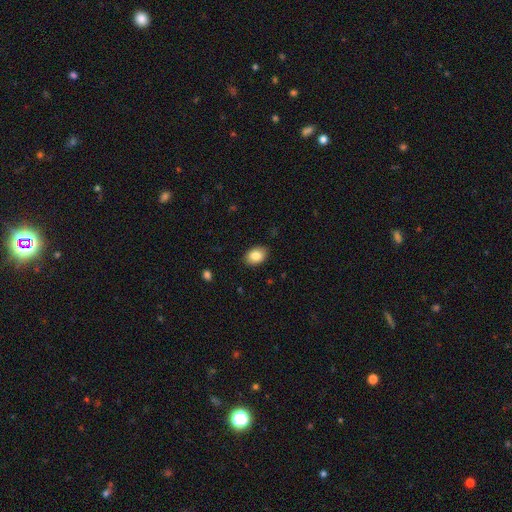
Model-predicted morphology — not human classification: The model was most divided on "how rounded": in between: 81%, round: 18%, cigar-shaped: 1%. More confident: merging — none (88%); smooth or featured — smooth (85%).